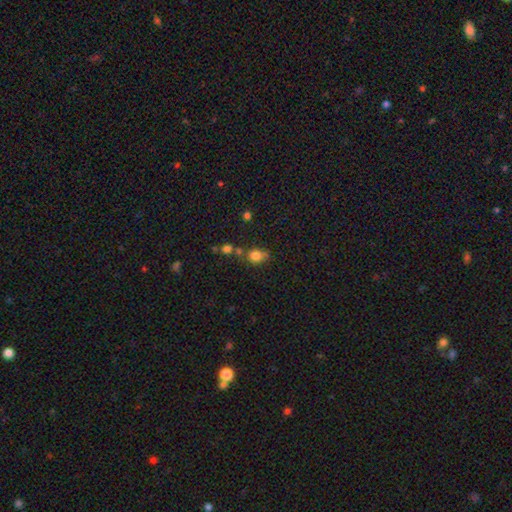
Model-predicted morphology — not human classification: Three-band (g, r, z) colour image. It shows a smooth galaxy with no disk features (80%) that is round (51%). Merging: none (54%).